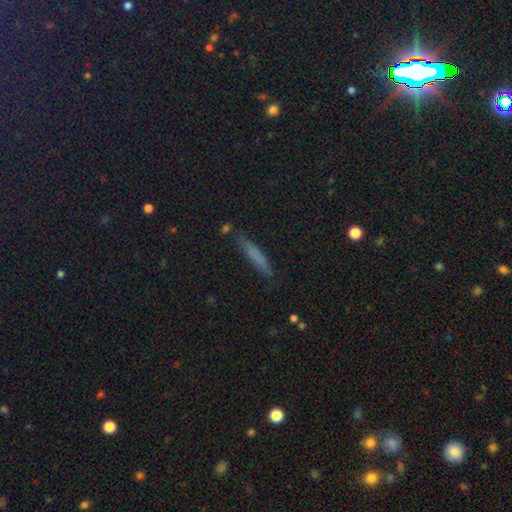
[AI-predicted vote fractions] This is likely a smooth galaxy (70%). How rounded: clearly cigar-shaped (91%). Merging: clearly none (81%).